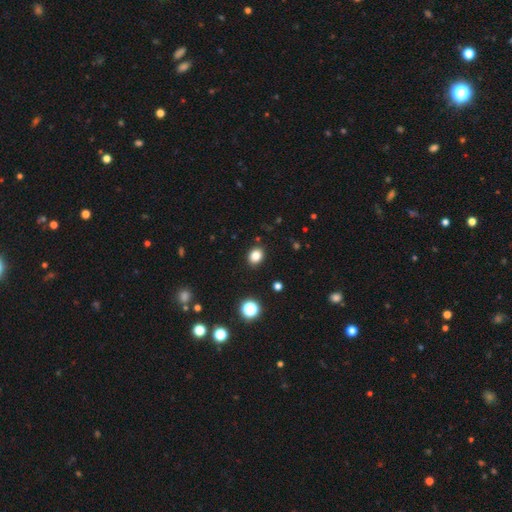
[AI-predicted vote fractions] Overall: smooth (83%). How rounded: round (54%; in between 46%). Merging: none (90%).